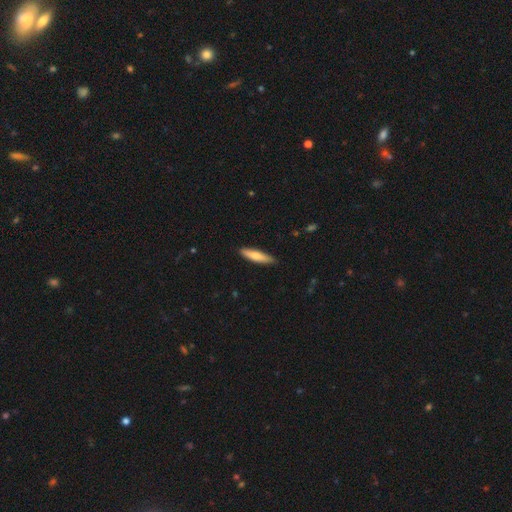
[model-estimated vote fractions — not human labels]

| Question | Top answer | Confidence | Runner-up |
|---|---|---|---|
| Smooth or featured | smooth | 64% | featured or disk (30%) |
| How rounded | cigar-shaped | 80% | in between (19%) |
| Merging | none | 87% | minor disturbance (10%) |